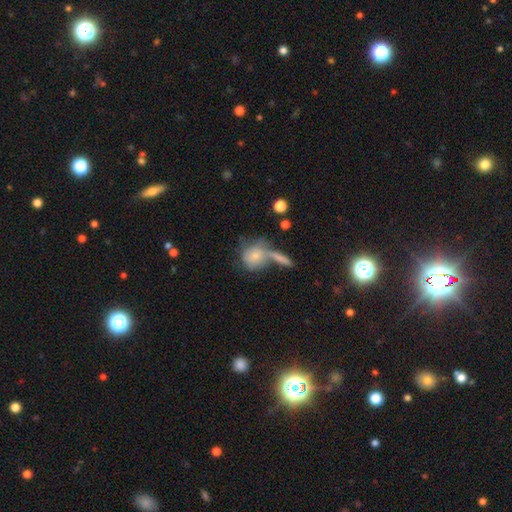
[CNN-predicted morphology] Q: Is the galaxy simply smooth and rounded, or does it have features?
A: smooth — 65%.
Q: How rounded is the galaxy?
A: round — 68%.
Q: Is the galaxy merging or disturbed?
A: merger — 36%.